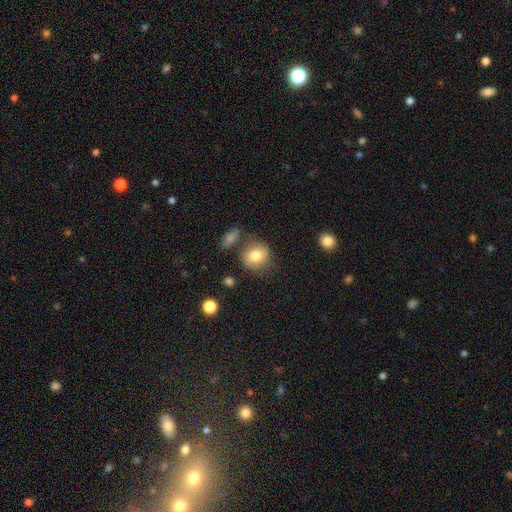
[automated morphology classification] Overall: smooth (79%). How rounded: round (76%). Merging: none (72%).